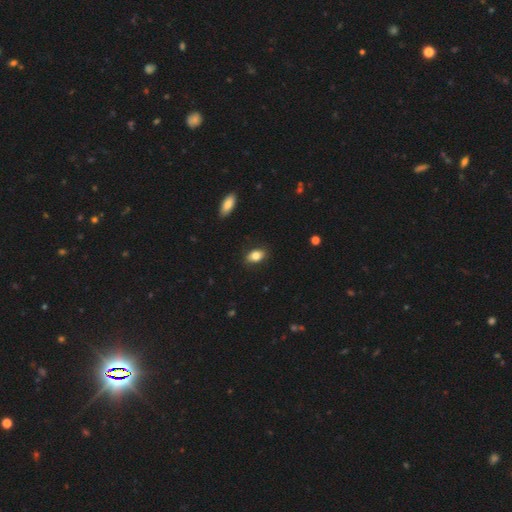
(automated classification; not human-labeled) Q: Smooth or featured?
A: smooth (82%); runner-up: featured or disk (10%)
Q: How rounded?
A: in between (87%); runner-up: round (10%)
Q: Merging?
A: none (86%); runner-up: minor disturbance (11%)